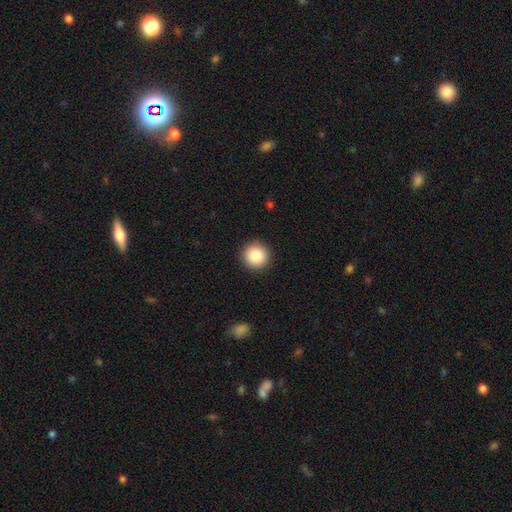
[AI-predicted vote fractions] This appears to be a smooth galaxy with no disk features (88%) that is round (95%). Merging: none (92%).